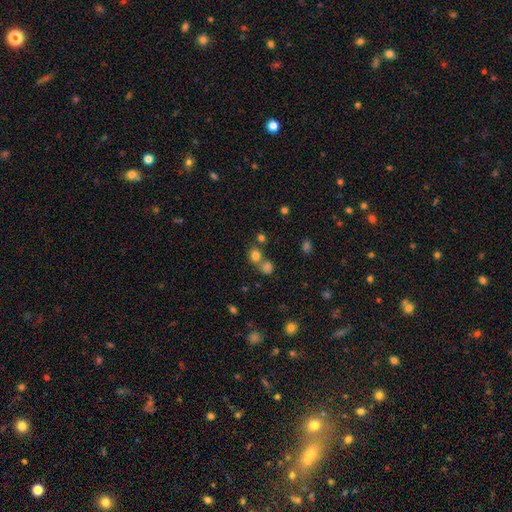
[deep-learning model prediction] Morphology: type=smooth (77%); roundness=round (82%); merging=none (55%).